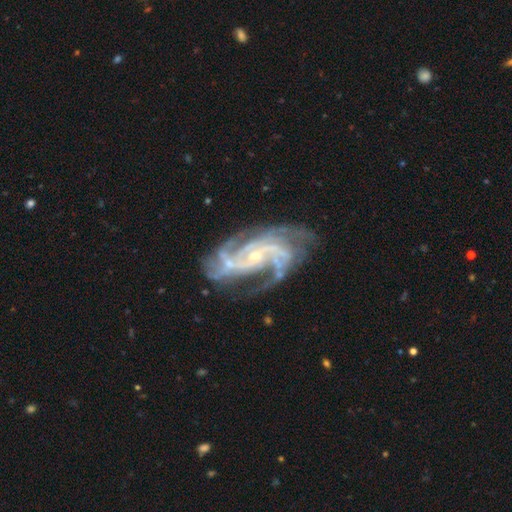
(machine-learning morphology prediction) smooth-or-featured: featured or disk: 91% | star or artifact: 6% | smooth: 3%
  disk-edge-on: no: 97% | yes: 3%
    bar: no: 52% | weak: 31% | strong: 17%
    has-spiral-arms: yes: 98% | no: 2%
      spiral-winding: medium: 50% | tight: 36% | loose: 14%
      spiral-arm-count: 3: 33% | 2: 22% | 4: 19% | can't tell: 12% | more than 4: 8% | 1: 7%
    bulge-size: small: 77% | moderate: 19% | none: 2% | large: 1% | dominant: 1%
  merging: none: 63% | minor disturbance: 20% | major disturbance: 14% | merger: 3%